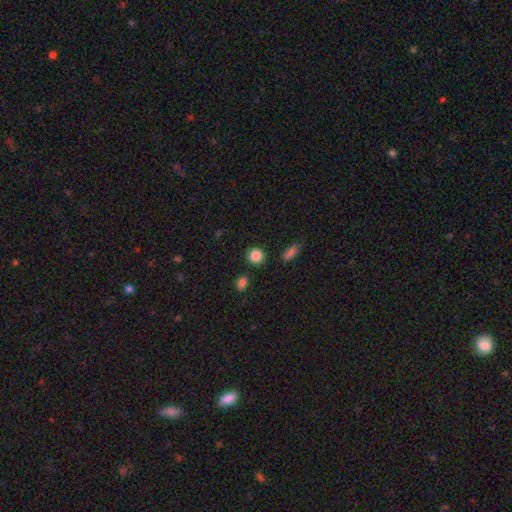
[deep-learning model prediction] Smooth or featured? smooth (86%)
How rounded? round (90%)
Merging? none (87%)